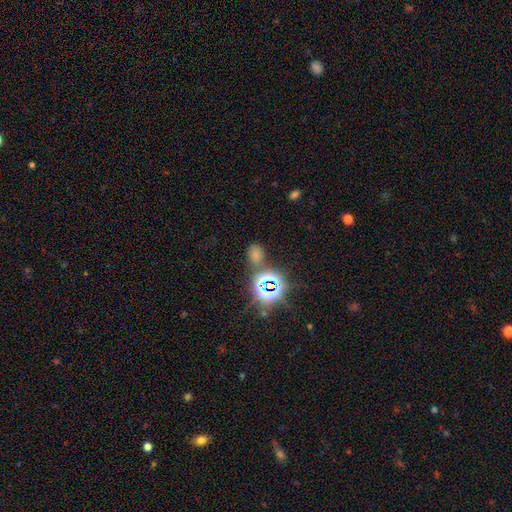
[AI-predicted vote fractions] Smooth or featured? Predicted: smooth (p=0.51). How rounded? Predicted: in between (p=0.61). Merging? Predicted: none (p=0.68).